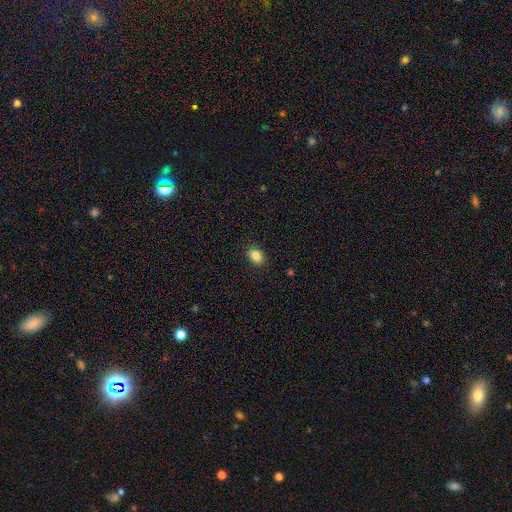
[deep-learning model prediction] This appears to be a smooth galaxy with no disk features (84%) that is in between round and cigar-shaped (62%). Merging: none (87%).